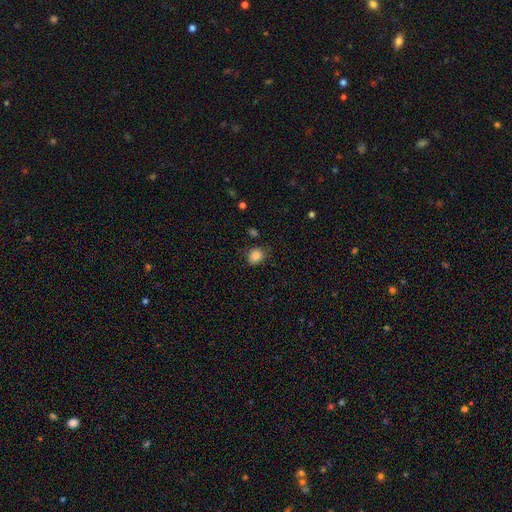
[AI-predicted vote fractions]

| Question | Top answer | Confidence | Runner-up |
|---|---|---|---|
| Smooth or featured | smooth | 84% | star or artifact (10%) |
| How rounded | round | 61% | in between (38%) |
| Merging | none | 79% | minor disturbance (16%) |